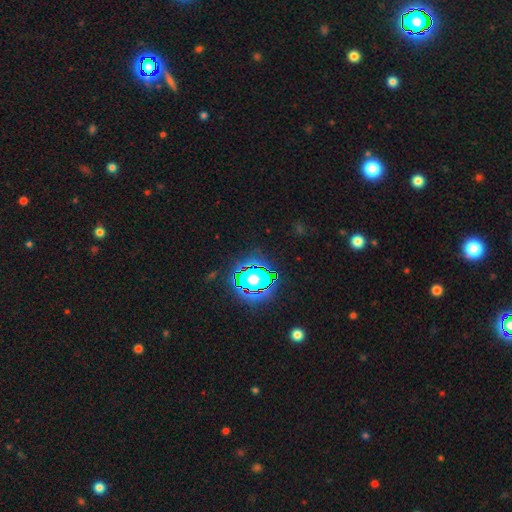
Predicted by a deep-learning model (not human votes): Q: Smooth or featured?
A: star or artifact (82%); runner-up: smooth (11%)